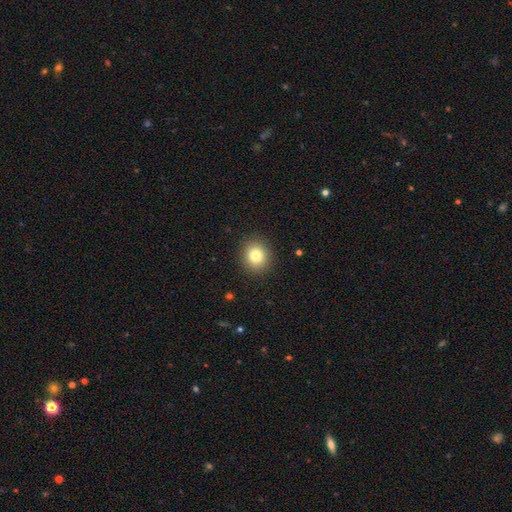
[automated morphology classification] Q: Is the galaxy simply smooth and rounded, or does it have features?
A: smooth — 81%.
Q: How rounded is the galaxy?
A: round — 84%.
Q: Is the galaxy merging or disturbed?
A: none — 91%.